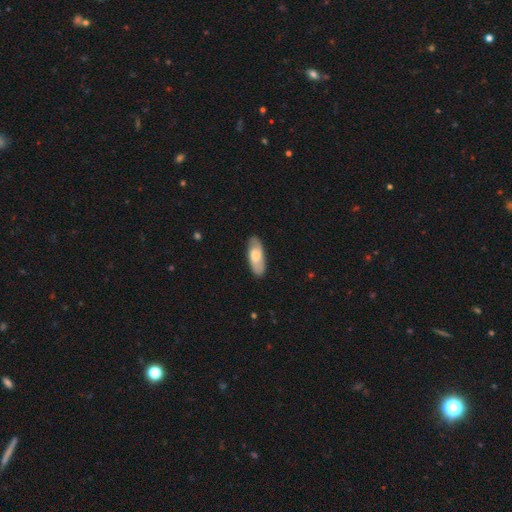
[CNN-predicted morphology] Smooth or featured? smooth (63%)
How rounded? in between (78%)
Merging? none (84%)